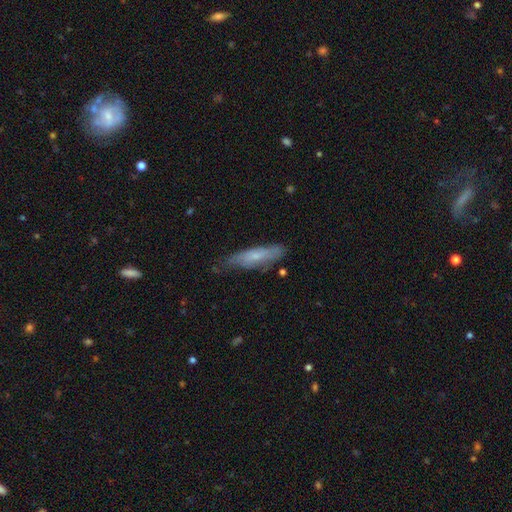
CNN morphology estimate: Smooth or featured: smooth — 60% (featured or disk — 33%)
How rounded: cigar-shaped — 68% (in between — 31%)
Merging: none — 61% (minor disturbance — 30%)